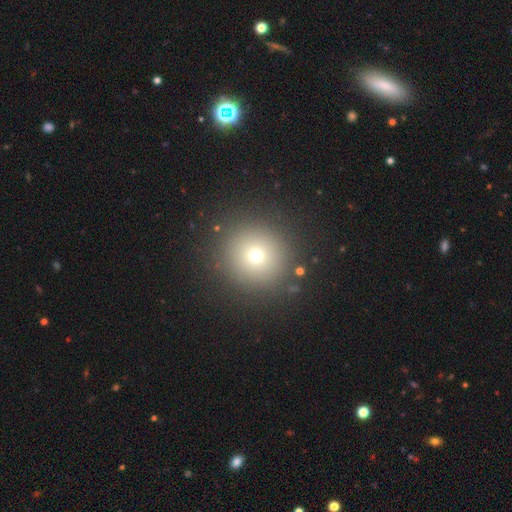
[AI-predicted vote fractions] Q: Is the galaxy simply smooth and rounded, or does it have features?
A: smooth — 69%.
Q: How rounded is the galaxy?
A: round — 94%.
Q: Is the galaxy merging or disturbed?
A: none — 89%.